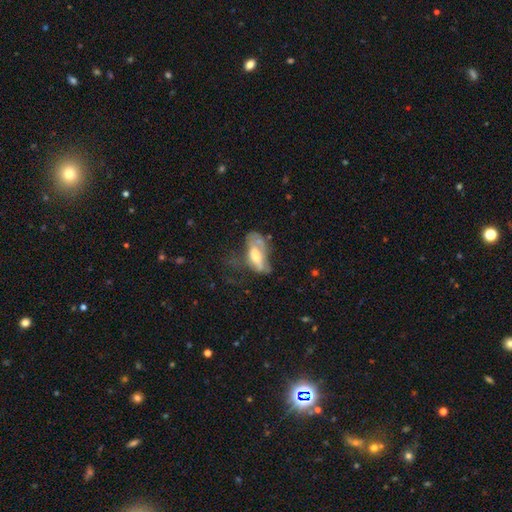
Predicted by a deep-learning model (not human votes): A featured or disk galaxy (48%). Merging: major disturbance (45%).